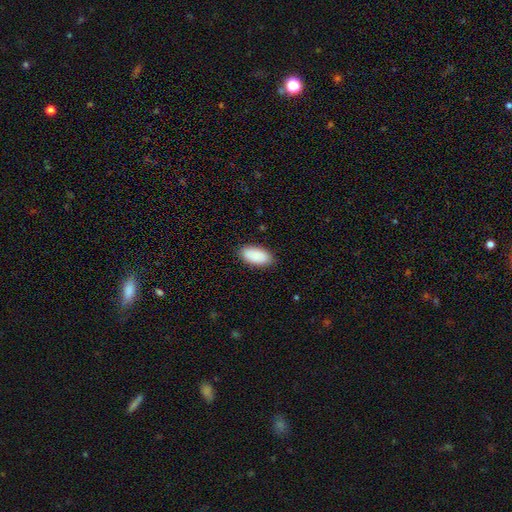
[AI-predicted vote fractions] Smooth or featured: smooth — 91% (star or artifact — 6%)
How rounded: in between — 95% (cigar-shaped — 3%)
Merging: none — 87% (minor disturbance — 10%)